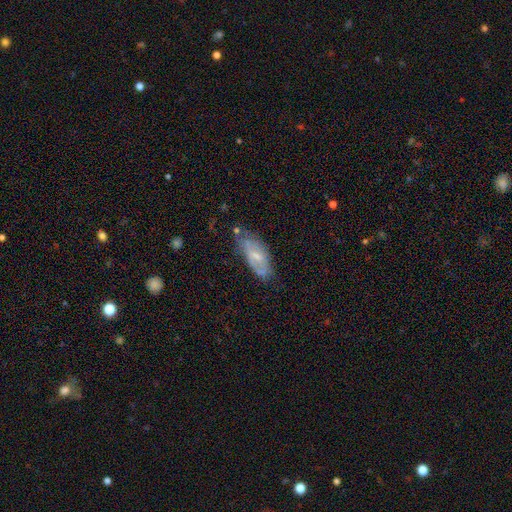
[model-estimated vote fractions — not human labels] Overall: featured or disk (55%; smooth 37%). Edge-on disk: no (86%). Merging: none (53%; minor disturbance 30%).